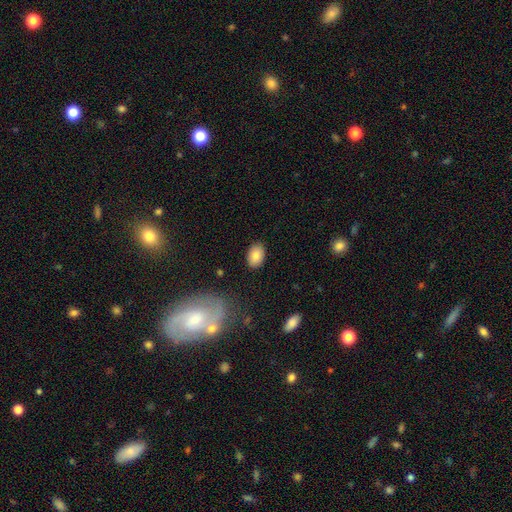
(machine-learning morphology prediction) The model was most divided on "how rounded": in between: 84%, round: 15%, cigar-shaped: 1%. More confident: merging — none (87%); smooth or featured — smooth (83%).